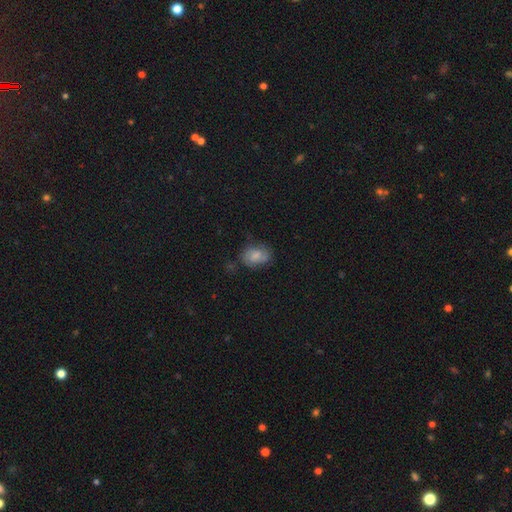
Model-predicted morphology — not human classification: smooth-or-featured: smooth: 58% | featured or disk: 33% | star or artifact: 9%
  how-rounded: in between: 76% | round: 23% | cigar-shaped: 2%
  merging: none: 61% | minor disturbance: 25% | major disturbance: 10% | merger: 4%